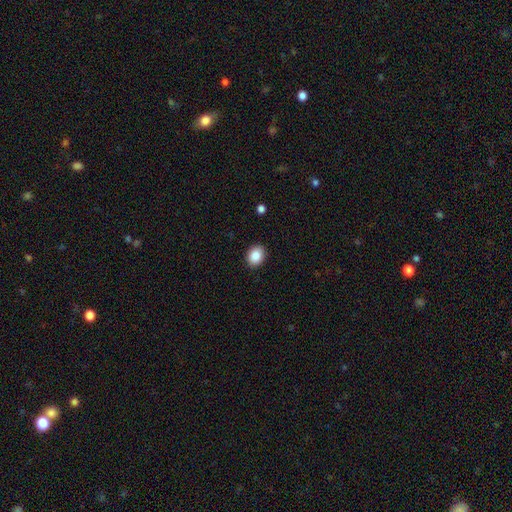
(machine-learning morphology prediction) A smooth galaxy with no disk features (88%) that is in between round and cigar-shaped (53%).

Vote fractions:
- Smooth or featured? smooth: 88% / star or artifact: 8% / featured or disk: 4%
- How rounded? in between: 53% / round: 46% / cigar-shaped: 1%
- Merging? none: 90% / minor disturbance: 7% / major disturbance: 2% / merger: 1%